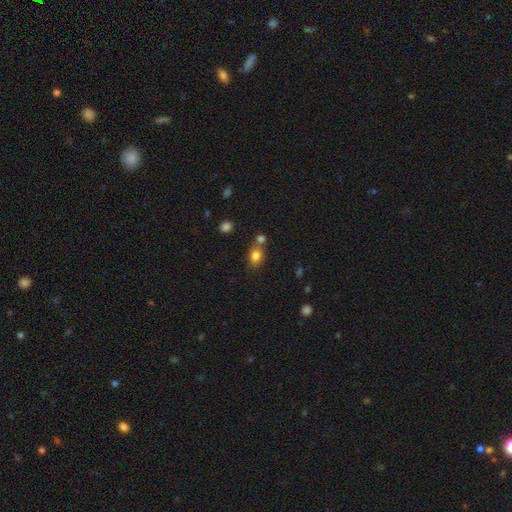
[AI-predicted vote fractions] This appears to be a smooth galaxy with no disk features (81%) that is in between round and cigar-shaped (66%). Merging: none (58%).